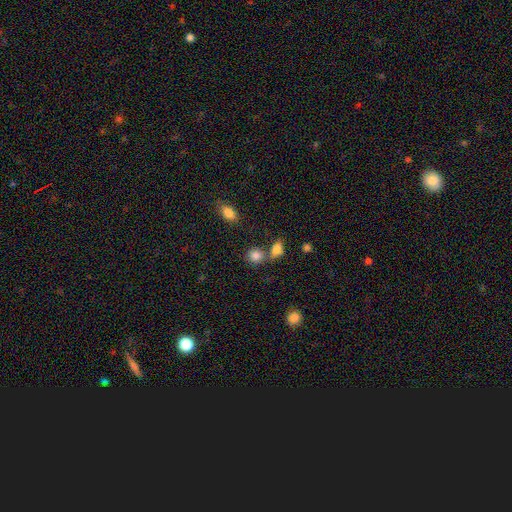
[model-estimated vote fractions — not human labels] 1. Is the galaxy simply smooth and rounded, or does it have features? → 84% smooth, 10% star or artifact, 6% featured or disk.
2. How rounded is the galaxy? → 70% round, 28% in between, 2% cigar-shaped.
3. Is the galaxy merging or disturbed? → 58% none, 27% merger, 11% minor disturbance, 4% major disturbance.